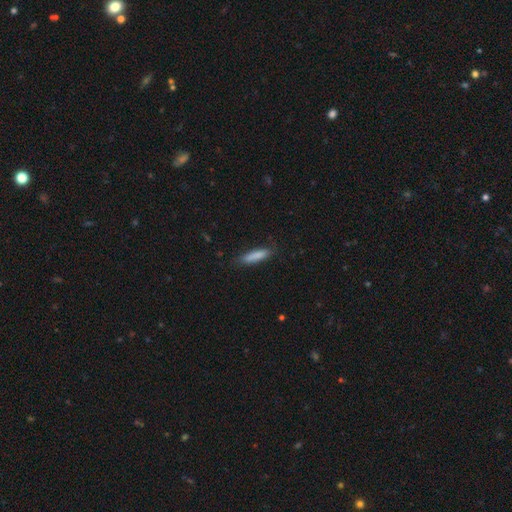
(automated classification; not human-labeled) Smooth or featured: smooth — 84% (featured or disk — 10%)
How rounded: cigar-shaped — 81% (in between — 17%)
Merging: none — 83% (minor disturbance — 14%)